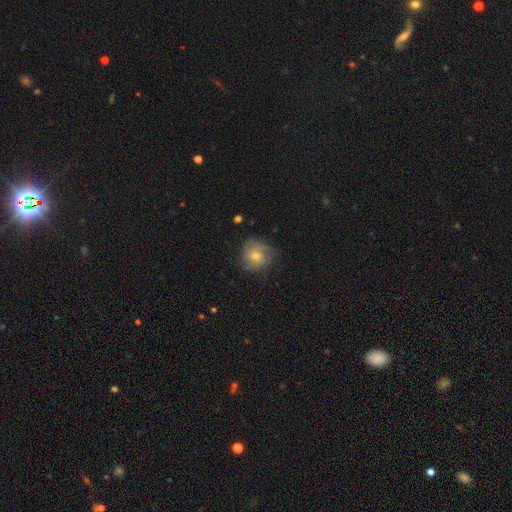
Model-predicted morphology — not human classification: featured or disk 51%, smooth 40%, star or artifact 8%. Down the decision tree: edge-on disk — no (97%); merging — none (70%).